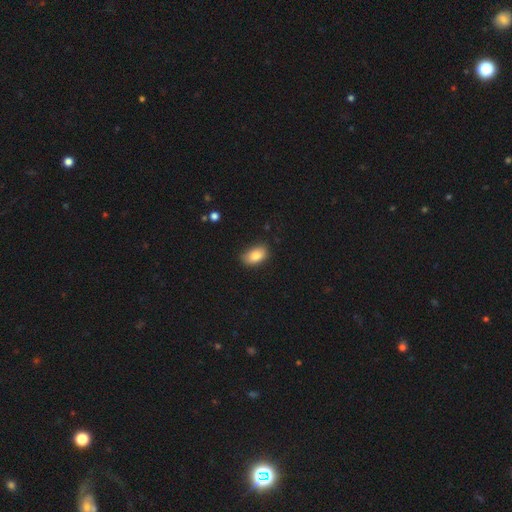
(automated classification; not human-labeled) smooth-or-featured: smooth: 83% | featured or disk: 9% | star or artifact: 8%
  how-rounded: in between: 90% | round: 8% | cigar-shaped: 2%
  merging: none: 79% | minor disturbance: 17% | major disturbance: 3% | merger: 1%